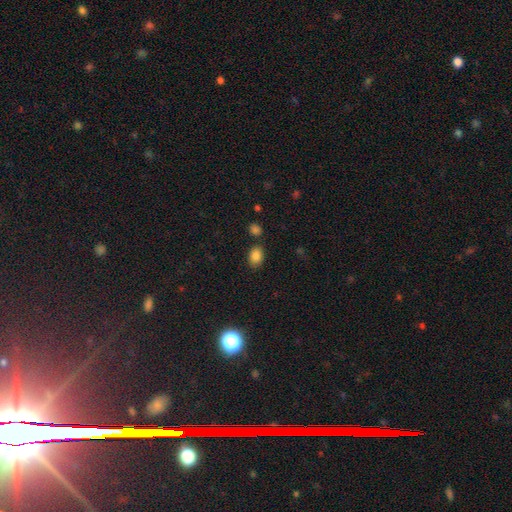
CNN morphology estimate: smooth-or-featured: smooth: 85% | star or artifact: 10% | featured or disk: 5%
  how-rounded: in between: 77% | round: 22% | cigar-shaped: 1%
  merging: none: 78% | minor disturbance: 12% | merger: 7% | major disturbance: 3%